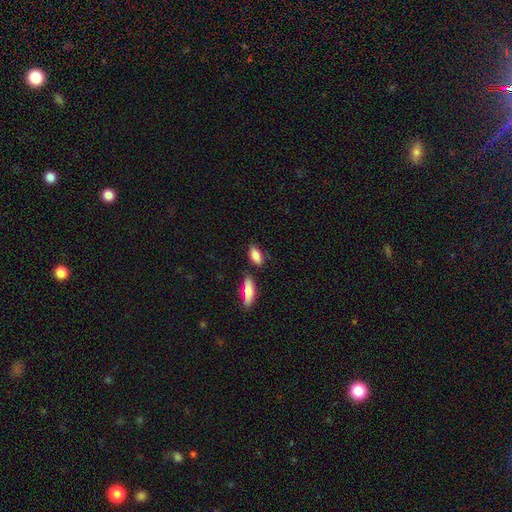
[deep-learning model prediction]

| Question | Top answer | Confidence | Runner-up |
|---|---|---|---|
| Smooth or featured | smooth | 83% | featured or disk (9%) |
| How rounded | in between | 86% | cigar-shaped (10%) |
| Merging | none | 74% | minor disturbance (15%) |